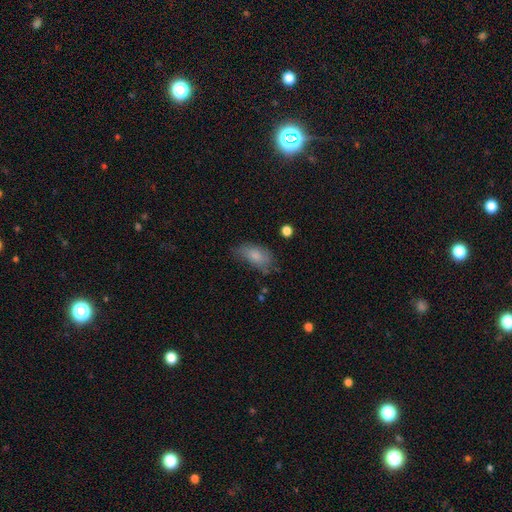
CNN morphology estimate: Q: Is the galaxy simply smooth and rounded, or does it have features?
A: smooth — 76%.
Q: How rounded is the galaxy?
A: in between — 90%.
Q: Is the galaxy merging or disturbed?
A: none — 49%.